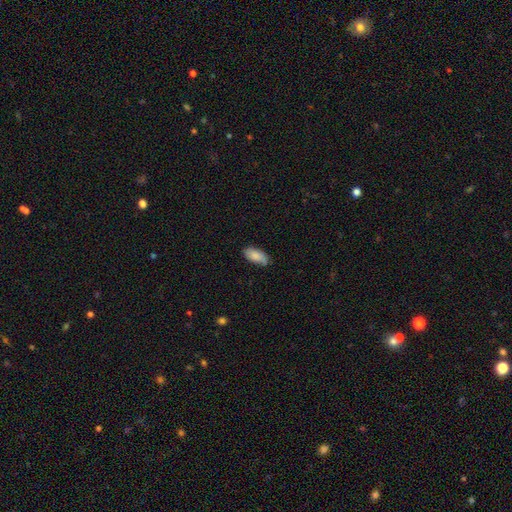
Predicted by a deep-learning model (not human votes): A smooth galaxy with no disk features (80%) that is in between round and cigar-shaped (91%).

Vote fractions:
- Smooth or featured? smooth: 80% / featured or disk: 13% / star or artifact: 7%
- How rounded? in between: 91% / cigar-shaped: 7% / round: 2%
- Merging? none: 73% / minor disturbance: 22% / major disturbance: 4% / merger: 2%